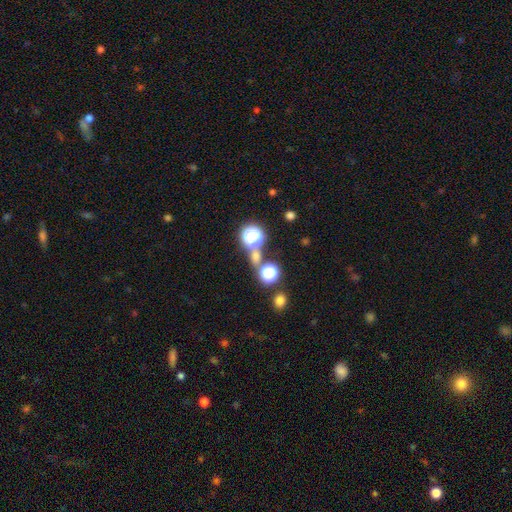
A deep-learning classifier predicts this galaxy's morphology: smooth 50%, star or artifact 42%, featured or disk 9%. Down the decision tree: merging — none (62%).